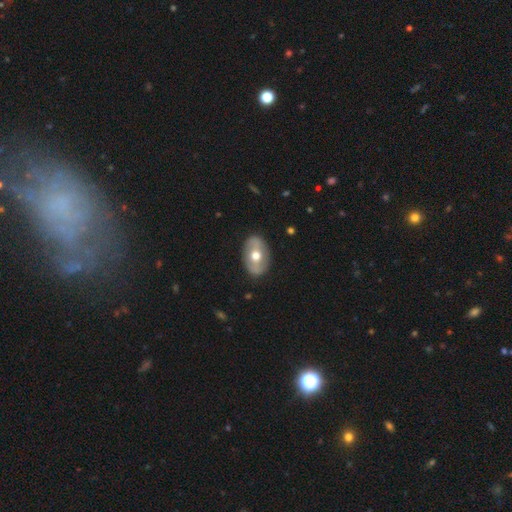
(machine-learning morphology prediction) smooth-or-featured: featured or disk: 53% | smooth: 41% | star or artifact: 5%
  disk-edge-on: no: 90% | yes: 10%
  merging: none: 86% | minor disturbance: 10% | major disturbance: 3% | merger: 1%